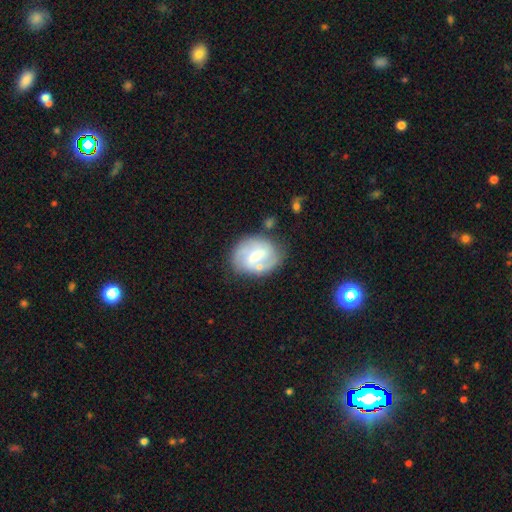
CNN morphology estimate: The model was most divided on "bulge size": moderate: 50%, small: 37%, large: 7%, none: 5%, dominant: 1%. More confident: edge-on disk — no (97%); spiral arms — yes (76%); merging — none (64%); smooth or featured — featured or disk (64%); bar — weak (50%).